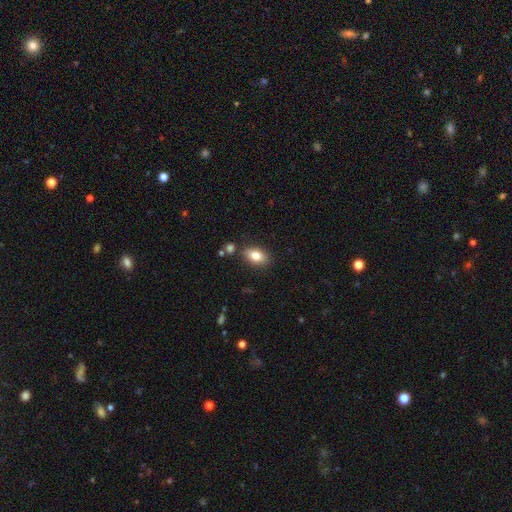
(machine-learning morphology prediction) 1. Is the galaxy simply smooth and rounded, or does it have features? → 81% smooth, 11% featured or disk, 8% star or artifact.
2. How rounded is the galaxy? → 88% in between, 10% round, 2% cigar-shaped.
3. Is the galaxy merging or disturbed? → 82% none, 11% minor disturbance, 4% merger, 3% major disturbance.